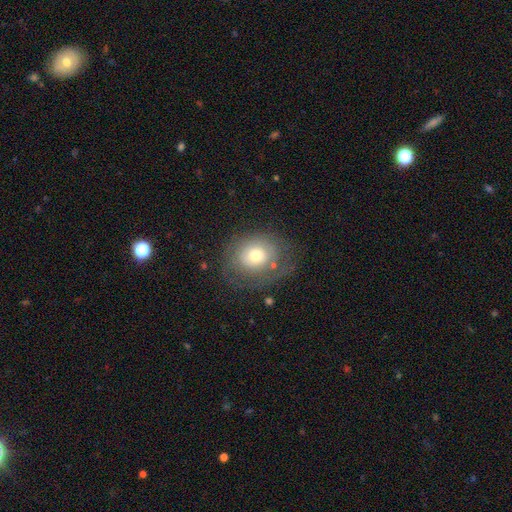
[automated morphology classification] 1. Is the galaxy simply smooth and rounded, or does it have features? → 55% smooth, 36% featured or disk, 10% star or artifact.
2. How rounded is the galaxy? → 62% round, 37% in between, 1% cigar-shaped.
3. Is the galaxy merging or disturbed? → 60% none, 22% minor disturbance, 15% major disturbance, 2% merger.